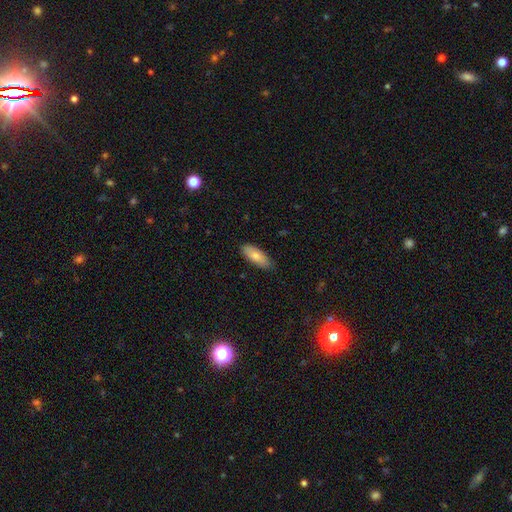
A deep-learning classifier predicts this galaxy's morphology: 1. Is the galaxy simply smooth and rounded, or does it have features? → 80% smooth, 14% featured or disk, 6% star or artifact.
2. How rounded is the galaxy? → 77% in between, 21% cigar-shaped, 2% round.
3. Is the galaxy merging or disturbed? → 84% none, 14% minor disturbance, 2% major disturbance, 1% merger.